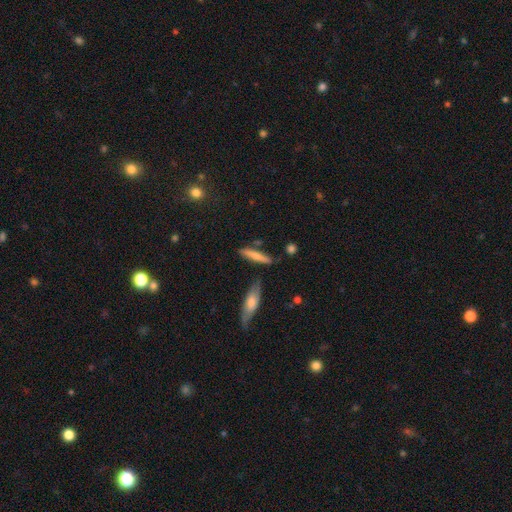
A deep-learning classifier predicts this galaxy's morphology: Smooth or featured? Predicted: smooth (p=0.63). How rounded? Predicted: cigar-shaped (p=0.84). Merging? Predicted: none (p=0.75).